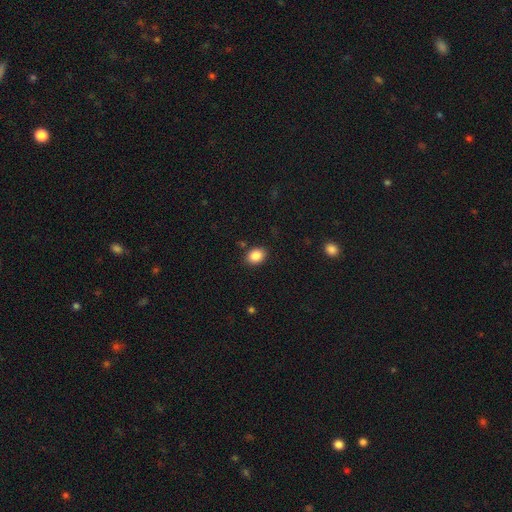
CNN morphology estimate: type=smooth (87%); roundness=in between (63%); merging=none (87%).